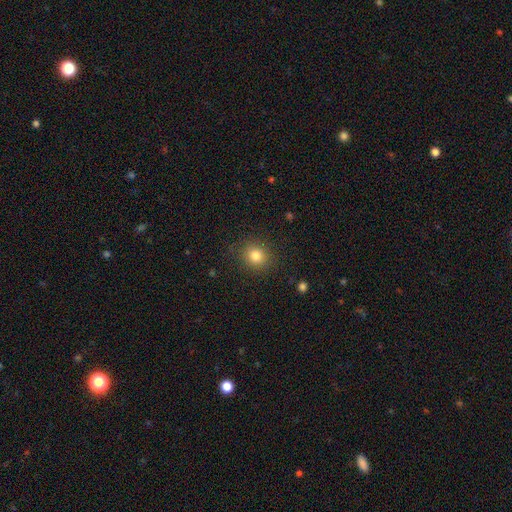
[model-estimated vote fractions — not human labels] A smooth galaxy with no disk features (82%) that is round (80%).

Vote fractions:
- Smooth or featured? smooth: 82% / star or artifact: 12% / featured or disk: 6%
- How rounded? round: 80% / in between: 19% / cigar-shaped: 1%
- Merging? none: 87% / minor disturbance: 8% / major disturbance: 3% / merger: 1%